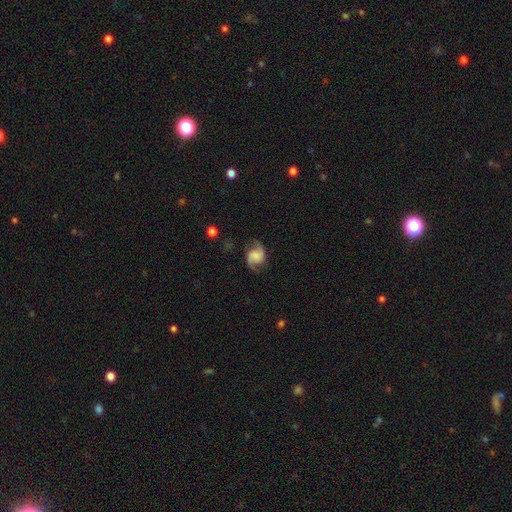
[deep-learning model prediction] Smooth or featured: featured or disk — 78% (smooth — 14%)
Edge-on disk: no — 98% (yes — 2%)
Bar: no — 61% (weak — 31%)
Spiral arms: yes — 96% (no — 4%)
Spiral winding: loose — 43% (tied with medium — 43%)
Spiral arm count: 2 — 93% (can't tell — 2%)
Bulge size: none — 41% (small — 25%)
Merging: none — 75% (minor disturbance — 16%)